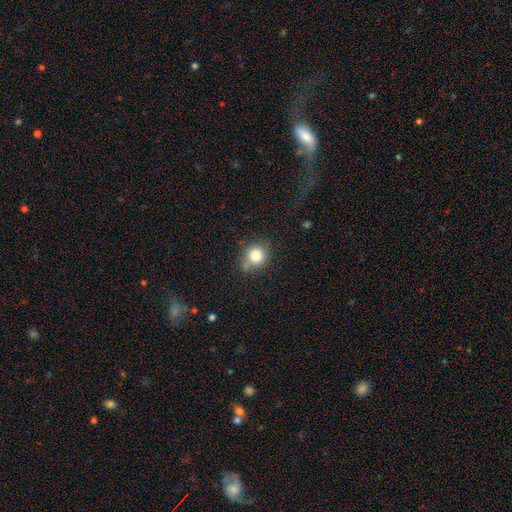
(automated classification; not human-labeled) Smooth or featured?
  - smooth: 80% *
  - star or artifact: 11%
  - featured or disk: 9%
How rounded?
  - round: 77% *
  - in between: 22%
  - cigar-shaped: 1%
Merging?
  - none: 67% *
  - minor disturbance: 21%
  - merger: 7%
  - major disturbance: 5%